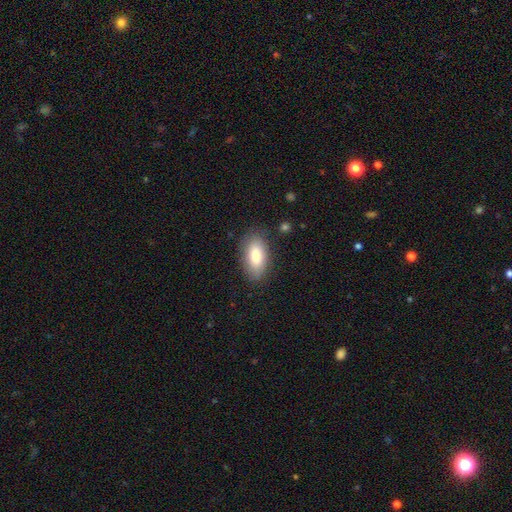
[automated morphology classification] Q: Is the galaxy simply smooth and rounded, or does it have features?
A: smooth — 80%.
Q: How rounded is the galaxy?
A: in between — 91%.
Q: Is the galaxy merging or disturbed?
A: none — 82%.